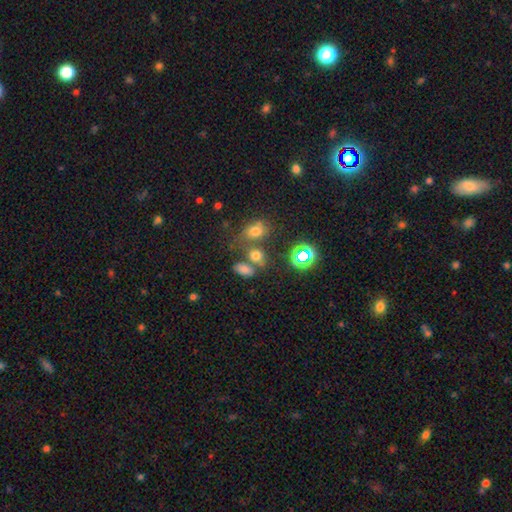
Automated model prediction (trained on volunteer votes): smooth-or-featured: smooth: 65% | star or artifact: 25% | featured or disk: 10%
  how-rounded: in between: 66% | round: 31% | cigar-shaped: 2%
  merging: none: 52% | merger: 30% | minor disturbance: 12% | major disturbance: 6%